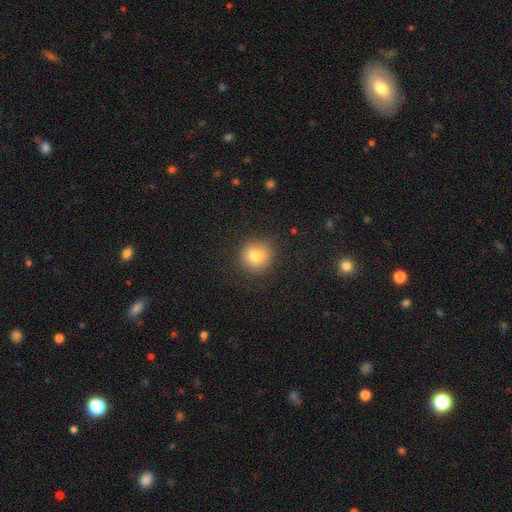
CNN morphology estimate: Smooth or featured? smooth (79%)
How rounded? round (90%)
Merging? none (86%)